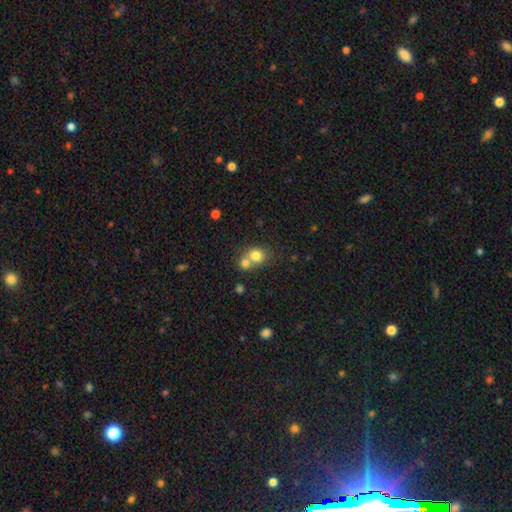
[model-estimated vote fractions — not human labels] smooth 77%, featured or disk 12%, star or artifact 11%. Down the decision tree: how rounded — round (78%); merging — merger (54%).